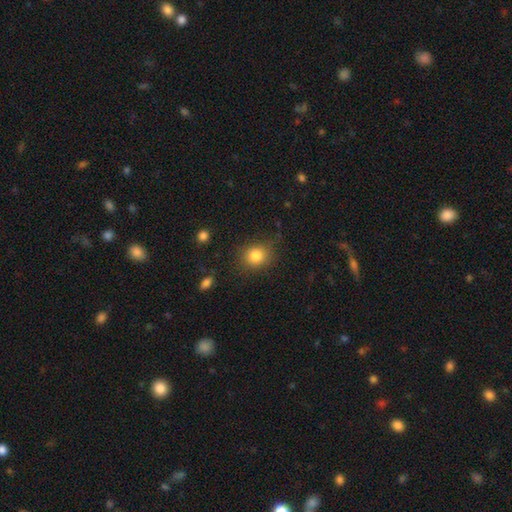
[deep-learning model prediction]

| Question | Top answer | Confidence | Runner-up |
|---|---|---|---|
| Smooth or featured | smooth | 83% | star or artifact (11%) |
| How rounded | round | 74% | in between (25%) |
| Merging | none | 82% | minor disturbance (12%) |